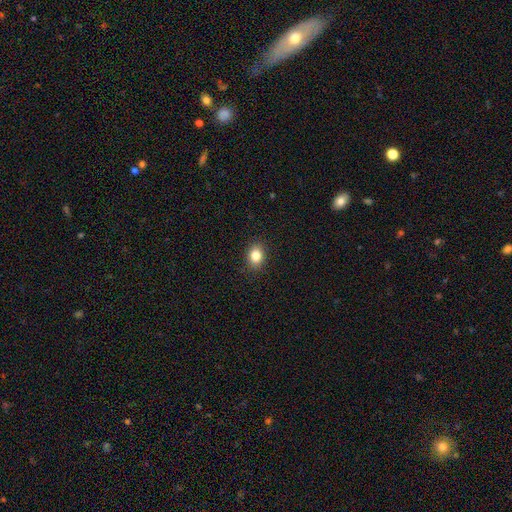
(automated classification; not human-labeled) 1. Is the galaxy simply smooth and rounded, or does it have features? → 84% smooth, 10% star or artifact, 6% featured or disk.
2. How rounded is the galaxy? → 57% in between, 42% round, 1% cigar-shaped.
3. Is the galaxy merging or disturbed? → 89% none, 8% minor disturbance, 2% major disturbance, 1% merger.